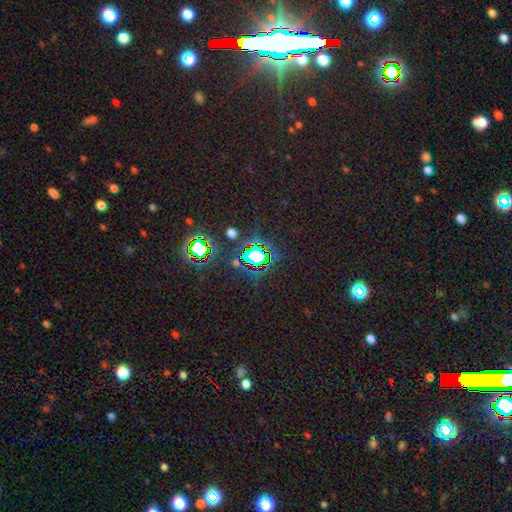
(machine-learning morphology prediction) The model was most divided on "smooth or featured": star or artifact: 71%, smooth: 18%, featured or disk: 11%.